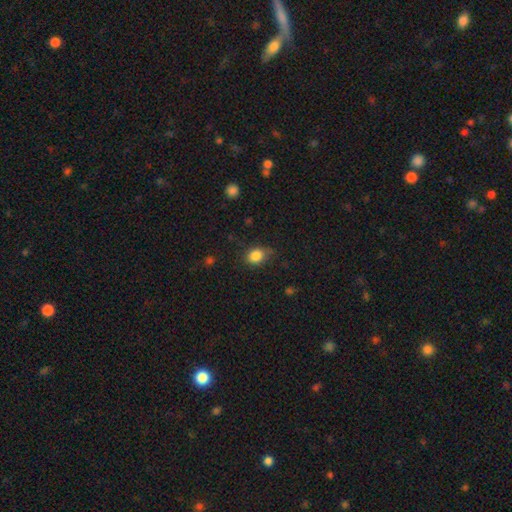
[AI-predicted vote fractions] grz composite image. It shows a smooth galaxy with no disk features (84%) that is round (56%). Merging: none (69%).